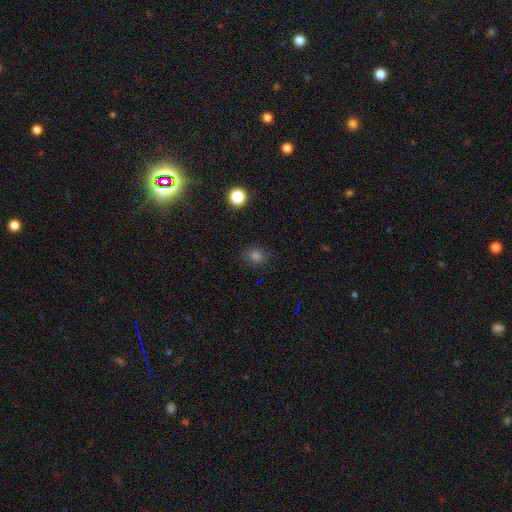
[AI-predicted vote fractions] This is likely a smooth galaxy (74%). How rounded: likely round (70%). Merging: clearly none (85%).